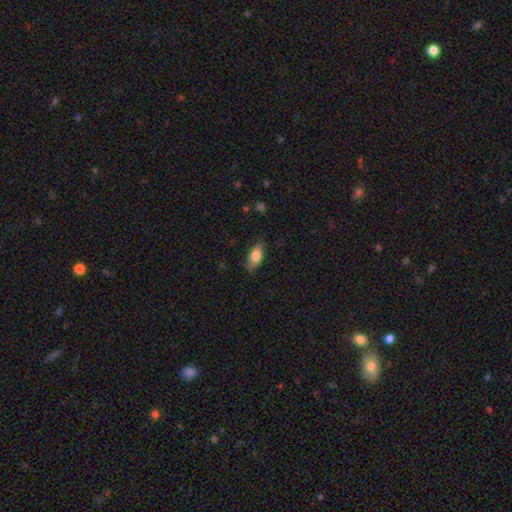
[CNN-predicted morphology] Smooth or featured?
  - smooth: 75% *
  - featured or disk: 18%
  - star or artifact: 7%
How rounded?
  - in between: 83% *
  - cigar-shaped: 14%
  - round: 4%
Merging?
  - none: 80% *
  - minor disturbance: 16%
  - major disturbance: 3%
  - merger: 1%